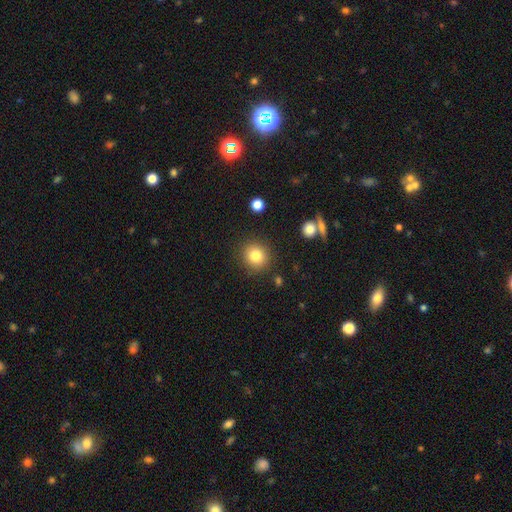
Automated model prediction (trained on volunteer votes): smooth-or-featured: smooth: 82% | star or artifact: 11% | featured or disk: 7%
  how-rounded: round: 89% | in between: 10% | cigar-shaped: 1%
  merging: none: 88% | minor disturbance: 7% | major disturbance: 3% | merger: 2%